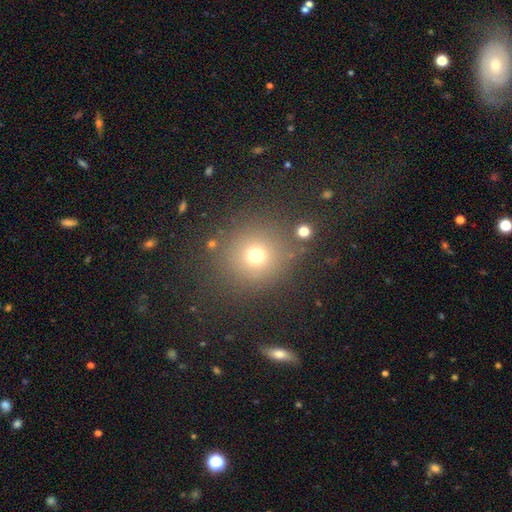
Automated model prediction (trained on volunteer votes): The model was most divided on "smooth or featured": smooth: 71%, star or artifact: 20%, featured or disk: 9%. More confident: how rounded — round (91%); merging — none (81%).